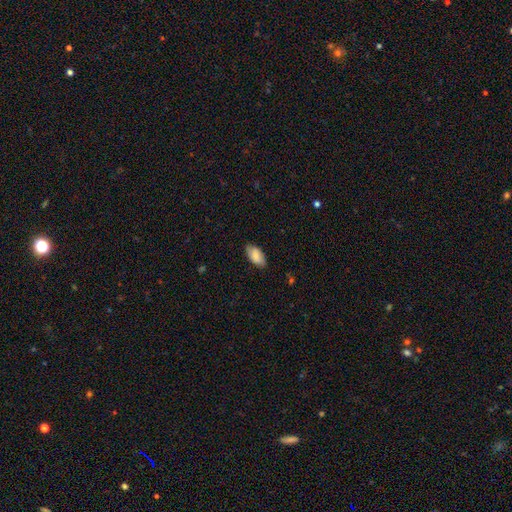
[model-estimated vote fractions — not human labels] Smooth or featured? smooth (80%)
How rounded? in between (94%)
Merging? none (81%)